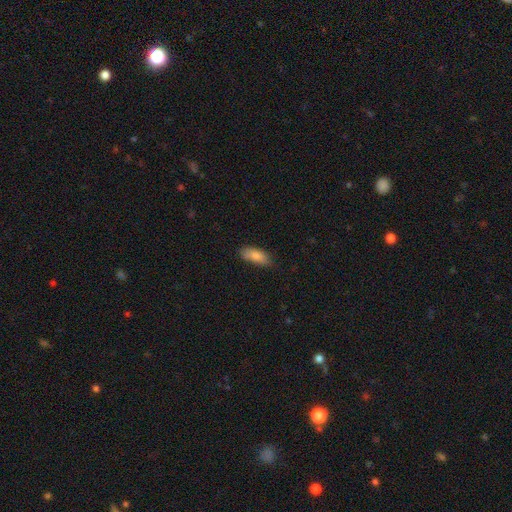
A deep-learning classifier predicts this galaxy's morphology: Q: Smooth or featured?
A: smooth (83%); runner-up: featured or disk (10%)
Q: How rounded?
A: in between (80%); runner-up: cigar-shaped (17%)
Q: Merging?
A: none (73%); runner-up: minor disturbance (21%)